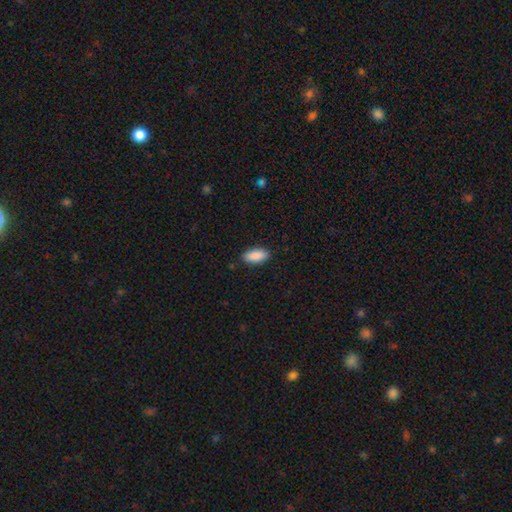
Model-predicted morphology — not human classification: Smooth or featured? Predicted: smooth (p=0.89). How rounded? Predicted: in between (p=0.88). Merging? Predicted: none (p=0.88).